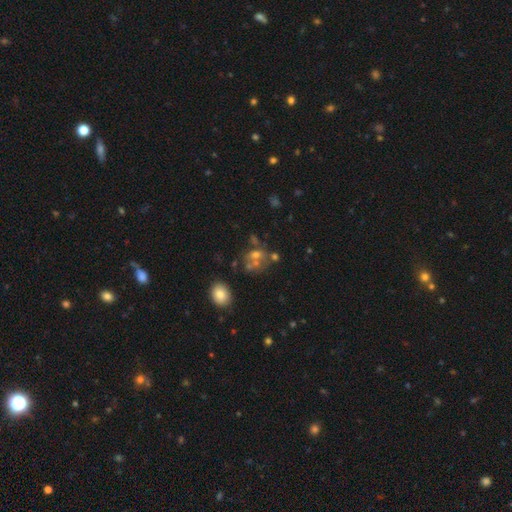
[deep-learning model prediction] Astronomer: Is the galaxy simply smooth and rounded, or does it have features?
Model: smooth — 44% (runner-up: featured or disk, 30%).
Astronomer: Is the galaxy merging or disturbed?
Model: none — 45% (runner-up: merger, 29%).